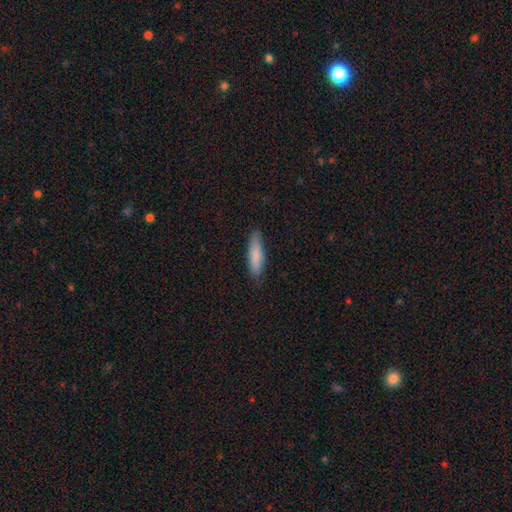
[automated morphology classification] type=smooth (84%); roundness=cigar-shaped (68%); merging=none (85%).